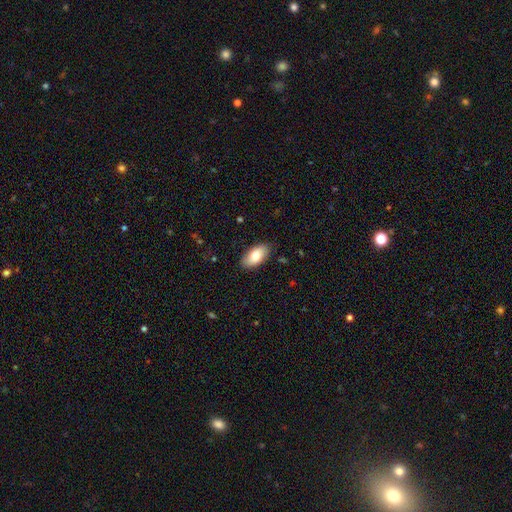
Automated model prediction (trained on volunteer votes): This is likely a smooth galaxy (78%). How rounded: clearly in between (94%). Merging: clearly none (86%).